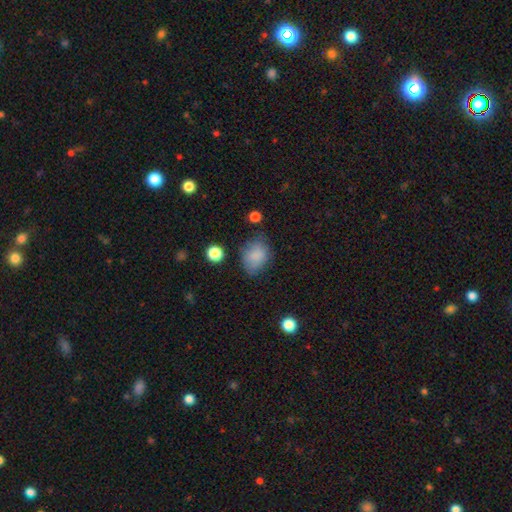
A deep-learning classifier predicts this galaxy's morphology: Overall: smooth (83%). How rounded: in between (64%; round 35%). Merging: none (64%; minor disturbance 25%).